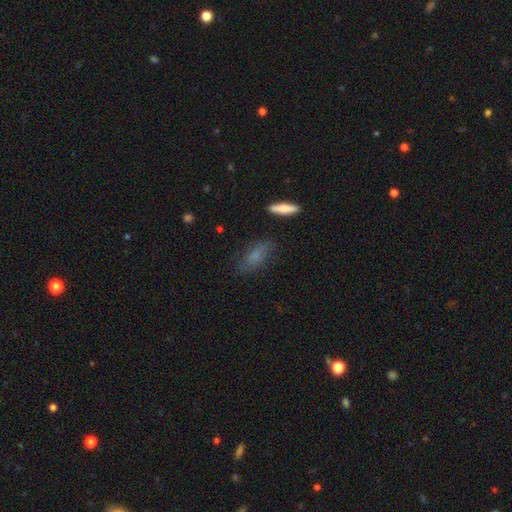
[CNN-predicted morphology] Smooth or featured: smooth — 71% (featured or disk — 19%)
How rounded: in between — 71% (cigar-shaped — 24%)
Merging: none — 73% (minor disturbance — 18%)